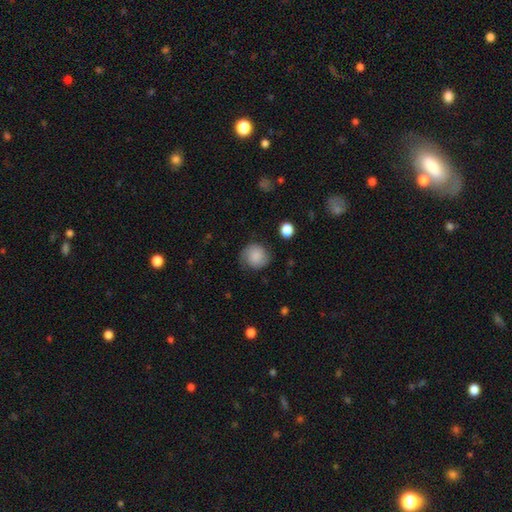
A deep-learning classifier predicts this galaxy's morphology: A smooth galaxy with no disk features (74%) that is round (87%).

Vote fractions:
- Smooth or featured? smooth: 74% / featured or disk: 17% / star or artifact: 9%
- How rounded? round: 87% / in between: 12% / cigar-shaped: 1%
- Merging? none: 74% / minor disturbance: 18% / major disturbance: 6% / merger: 1%